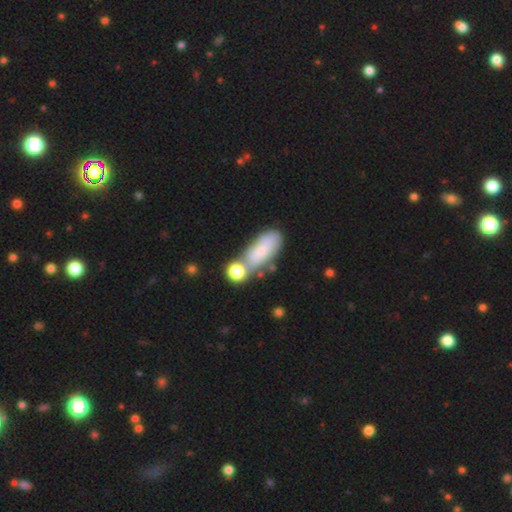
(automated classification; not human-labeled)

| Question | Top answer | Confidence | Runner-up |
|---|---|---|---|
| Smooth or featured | smooth | 64% | featured or disk (28%) |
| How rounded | in between | 81% | cigar-shaped (13%) |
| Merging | none | 37% | merger (36%) |